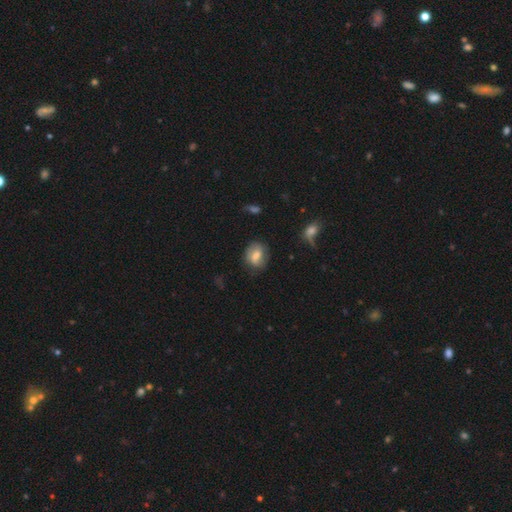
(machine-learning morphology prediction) Smooth or featured? Predicted: smooth (p=0.64). How rounded? Predicted: in between (p=0.55). Merging? Predicted: none (p=0.71).